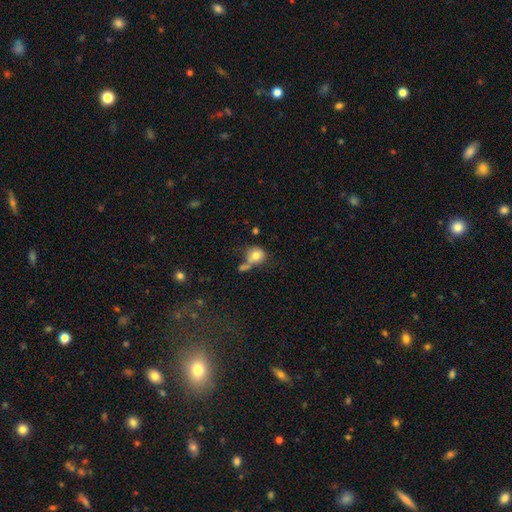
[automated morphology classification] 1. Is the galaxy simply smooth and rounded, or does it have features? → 76% smooth, 15% featured or disk, 10% star or artifact.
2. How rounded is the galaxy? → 76% round, 23% in between, 1% cigar-shaped.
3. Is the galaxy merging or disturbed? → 38% none, 33% merger, 17% minor disturbance, 11% major disturbance.